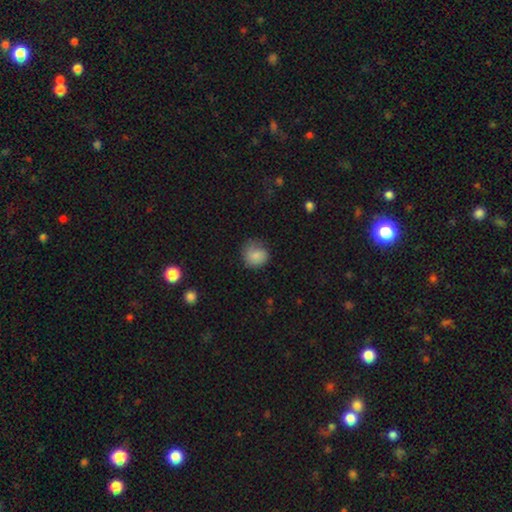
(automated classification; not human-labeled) Morphology: type=smooth (82%); roundness=round (78%); merging=none (60%).